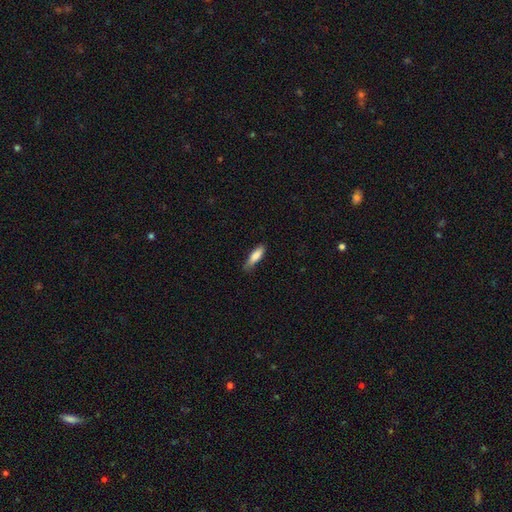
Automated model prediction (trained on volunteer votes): smooth_or_featured: smooth (p=0.80) [alt: featured or disk p=0.14]
how_rounded: cigar-shaped (p=0.53) [alt: in between p=0.46]
merging: none (p=0.66) [alt: minor disturbance p=0.28]